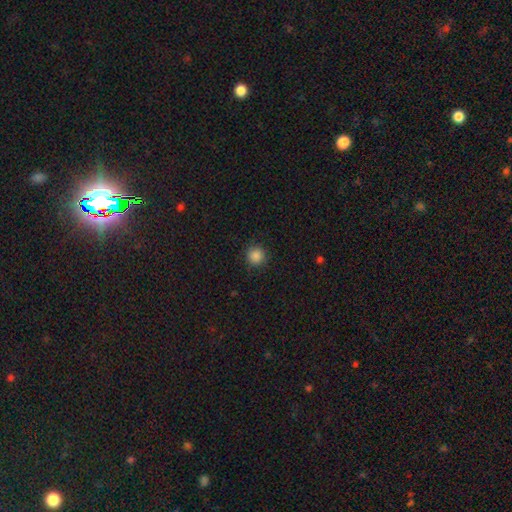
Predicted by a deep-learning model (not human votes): This appears to be a smooth galaxy with no disk features (86%) that is round (94%). Merging: none (90%).